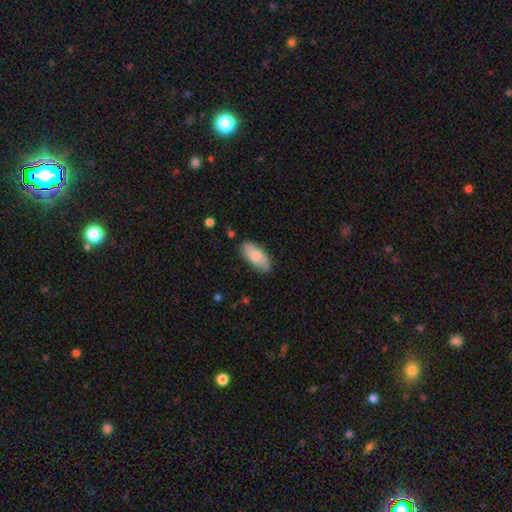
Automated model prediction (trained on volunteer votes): smooth-or-featured: smooth: 77% | featured or disk: 18% | star or artifact: 6%
  how-rounded: in between: 87% | cigar-shaped: 11% | round: 2%
  merging: none: 79% | minor disturbance: 17% | major disturbance: 3% | merger: 2%